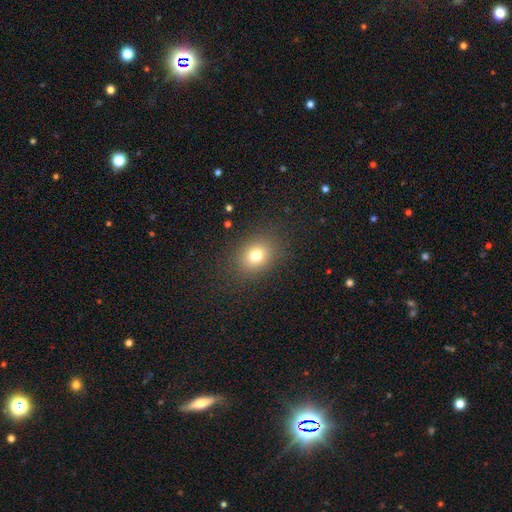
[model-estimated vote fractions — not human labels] Smooth or featured? Predicted: smooth (p=0.75). How rounded? Predicted: in between (p=0.52). Merging? Predicted: none (p=0.85).